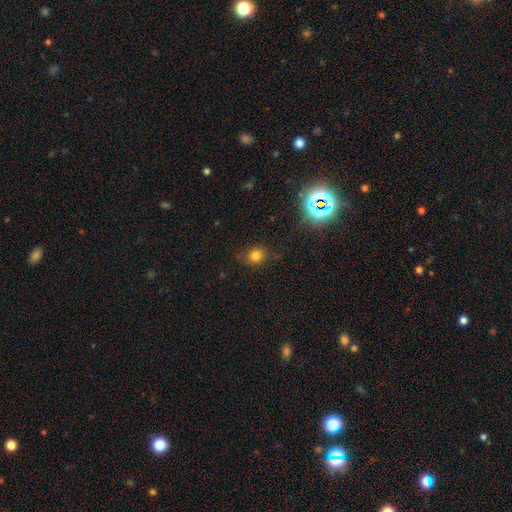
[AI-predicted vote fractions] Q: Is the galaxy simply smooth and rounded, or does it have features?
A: smooth — 75%.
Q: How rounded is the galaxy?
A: round — 73%.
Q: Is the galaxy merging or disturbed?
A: none — 78%.